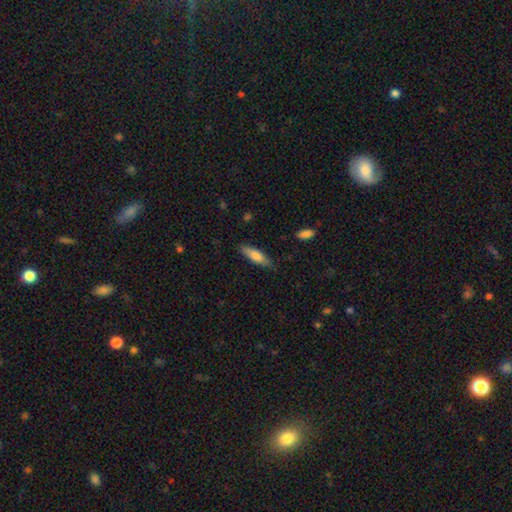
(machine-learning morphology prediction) A smooth galaxy with no disk features (72%) that is cigar-shaped (62%).

Vote fractions:
- Smooth or featured? smooth: 72% / featured or disk: 21% / star or artifact: 6%
- How rounded? cigar-shaped: 62% / in between: 36% / round: 2%
- Merging? none: 77% / minor disturbance: 18% / major disturbance: 3% / merger: 2%